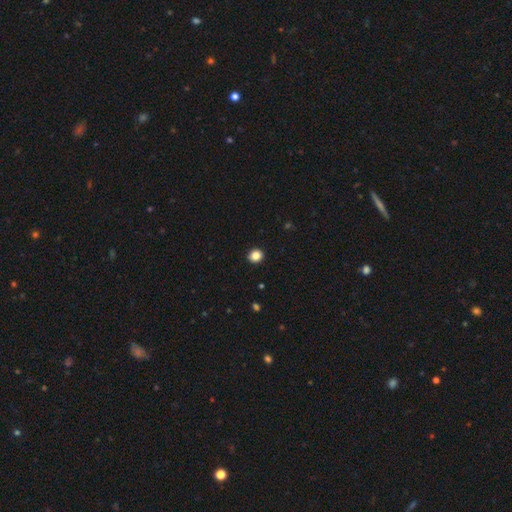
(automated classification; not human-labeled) Smooth or featured?
  - smooth: 85% *
  - star or artifact: 11%
  - featured or disk: 4%
How rounded?
  - round: 84% *
  - in between: 16%
  - cigar-shaped: 1%
Merging?
  - none: 93% *
  - minor disturbance: 5%
  - major disturbance: 1%
  - merger: 1%